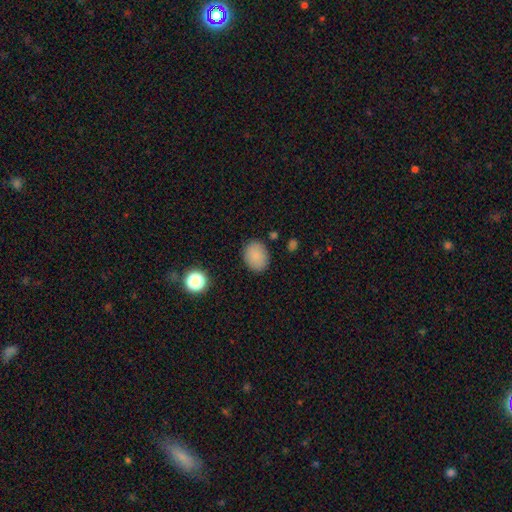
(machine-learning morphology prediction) type=smooth (85%); roundness=in between (54%); merging=none (85%).